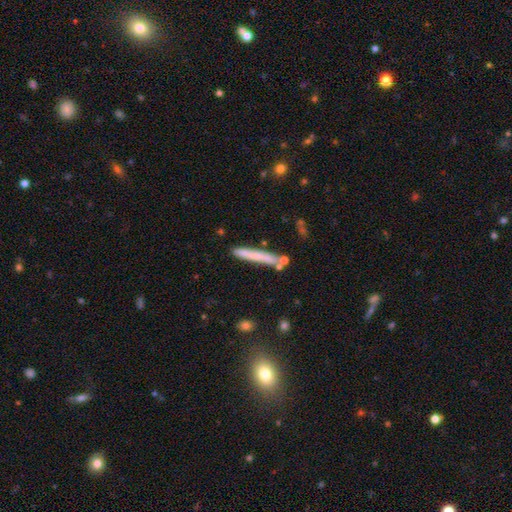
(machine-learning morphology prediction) smooth-or-featured: smooth: 64% | featured or disk: 28% | star or artifact: 8%
  how-rounded: cigar-shaped: 96% | in between: 3% | round: 1%
  merging: none: 79% | minor disturbance: 12% | merger: 6% | major disturbance: 3%